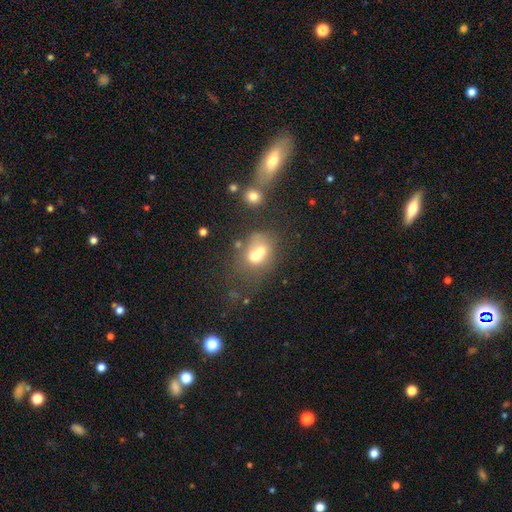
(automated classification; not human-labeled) This appears to be a smooth galaxy with no disk features (60%) that is round (52%). Merging: merger (58%).